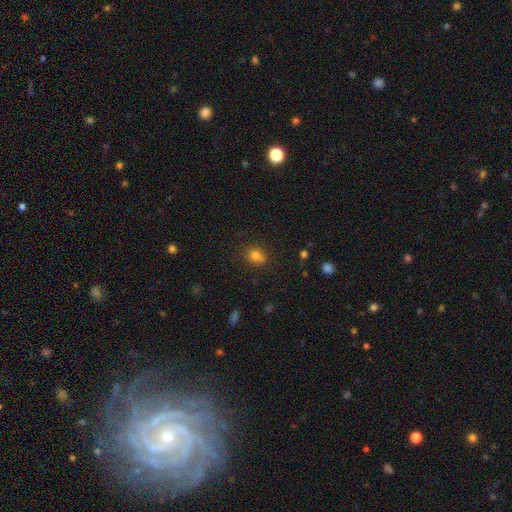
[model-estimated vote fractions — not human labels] This is likely a smooth galaxy (77%). How rounded: possibly round (58%). Merging: likely none (67%).